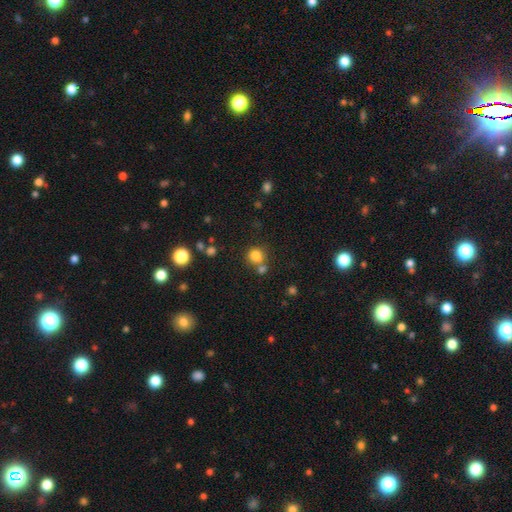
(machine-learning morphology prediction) smooth_or_featured: smooth (p=0.80) [alt: star or artifact p=0.13]
how_rounded: round (p=0.87) [alt: in between p=0.12]
merging: none (p=0.63) [alt: merger p=0.25]